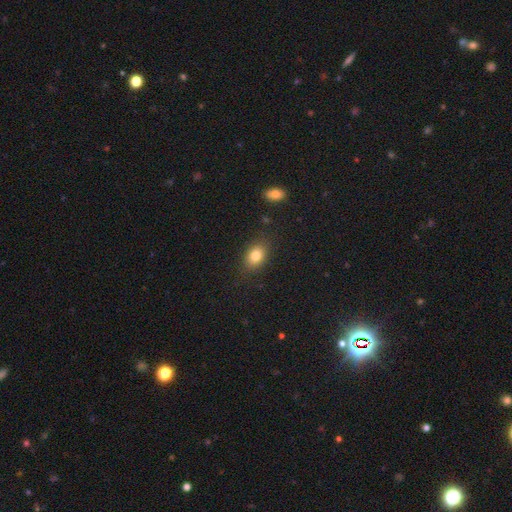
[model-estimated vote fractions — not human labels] A smooth galaxy with no disk features (81%) that is in between round and cigar-shaped (75%).

Vote fractions:
- Smooth or featured? smooth: 81% / star or artifact: 10% / featured or disk: 9%
- How rounded? in between: 75% / round: 24% / cigar-shaped: 1%
- Merging? none: 84% / minor disturbance: 11% / major disturbance: 3% / merger: 2%